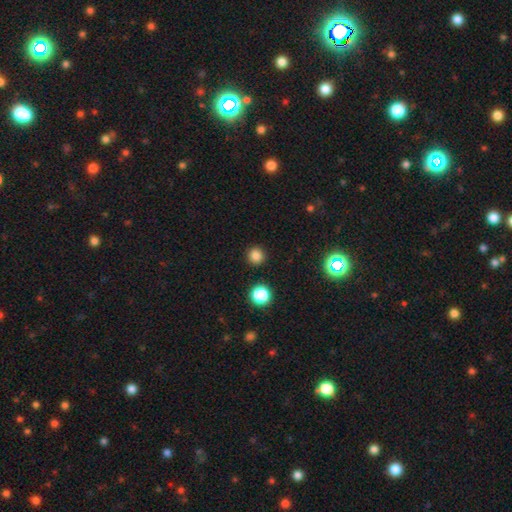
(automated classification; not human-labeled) Smooth or featured? Predicted: smooth (p=0.82). How rounded? Predicted: round (p=0.94). Merging? Predicted: none (p=0.92).